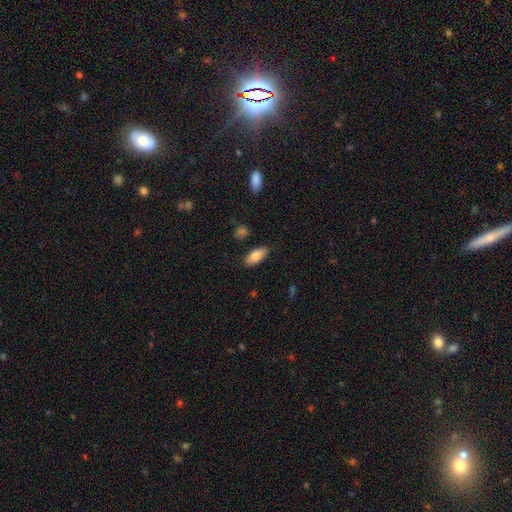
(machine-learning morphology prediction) smooth 83%, featured or disk 11%, star or artifact 7%. Down the decision tree: how rounded — in between (85%); merging — none (84%).